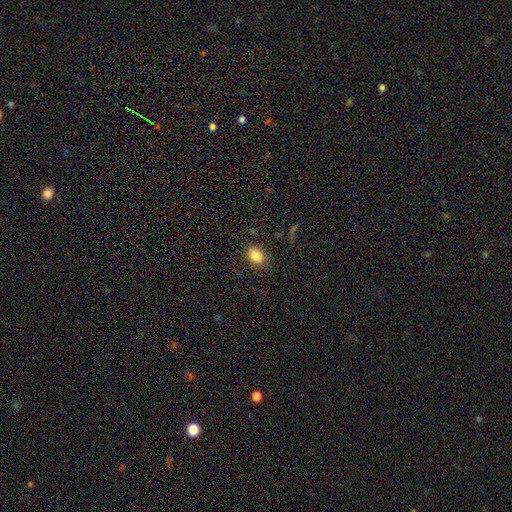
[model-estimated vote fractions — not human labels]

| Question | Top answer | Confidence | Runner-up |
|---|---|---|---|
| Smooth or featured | smooth | 84% | star or artifact (9%) |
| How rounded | in between | 80% | round (19%) |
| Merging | none | 85% | minor disturbance (10%) |